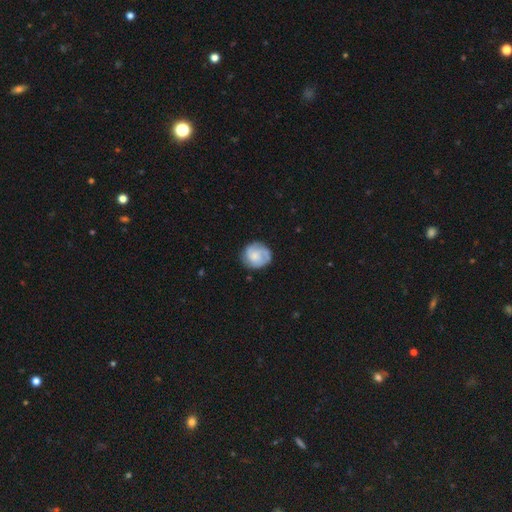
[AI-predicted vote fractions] Overall: smooth (47%; featured or disk 46%). Merging: none (75%).